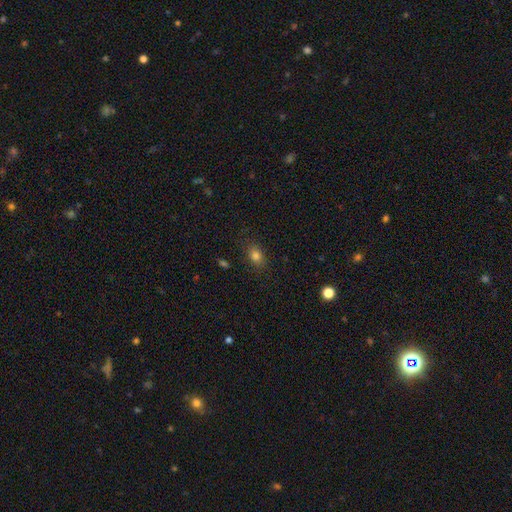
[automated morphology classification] The model was most divided on "how rounded": in between: 72%, round: 26%, cigar-shaped: 2%. More confident: merging — none (82%); smooth or featured — smooth (80%).